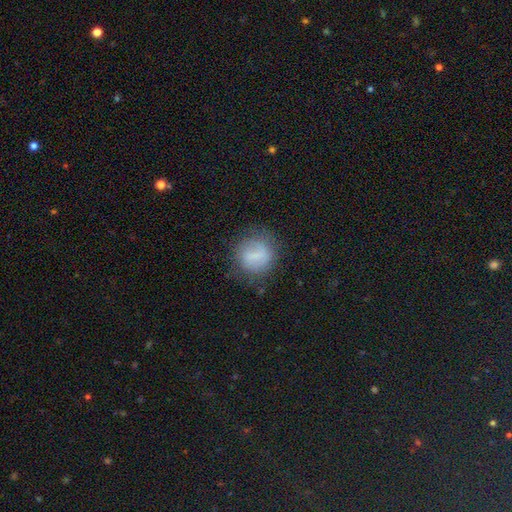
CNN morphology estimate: type=smooth (66%); roundness=round (79%); merging=none (70%).